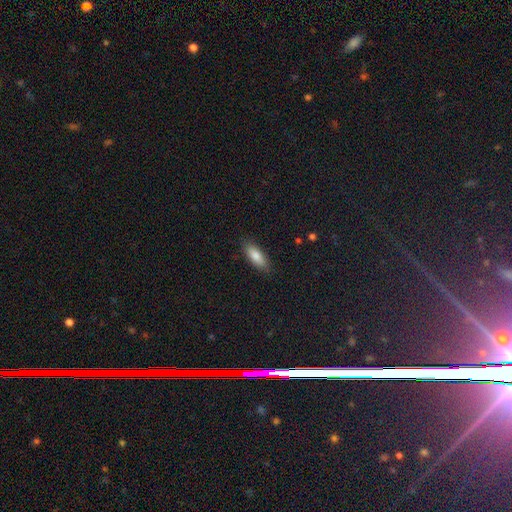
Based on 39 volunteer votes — A smooth galaxy with no disk features (79%) that is in between round and cigar-shaped (58%). Merging: none (89%).